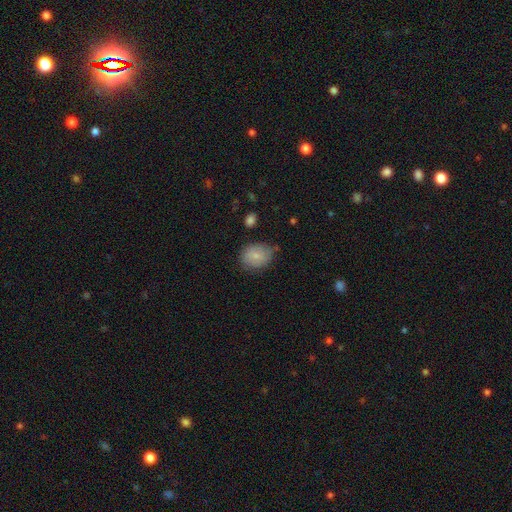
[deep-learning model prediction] smooth_or_featured: smooth (p=0.78) [alt: featured or disk p=0.15]
how_rounded: in between (p=0.52) [alt: round p=0.47]
merging: none (p=0.67) [alt: minor disturbance p=0.25]